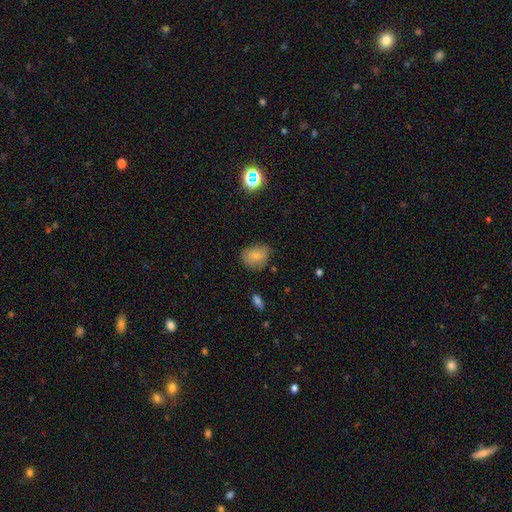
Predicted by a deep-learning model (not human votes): A smooth galaxy with no disk features (77%) that is in between round and cigar-shaped (55%).

Vote fractions:
- Smooth or featured? smooth: 77% / featured or disk: 13% / star or artifact: 9%
- How rounded? in between: 55% / round: 44% / cigar-shaped: 1%
- Merging? none: 67% / minor disturbance: 26% / major disturbance: 6% / merger: 2%